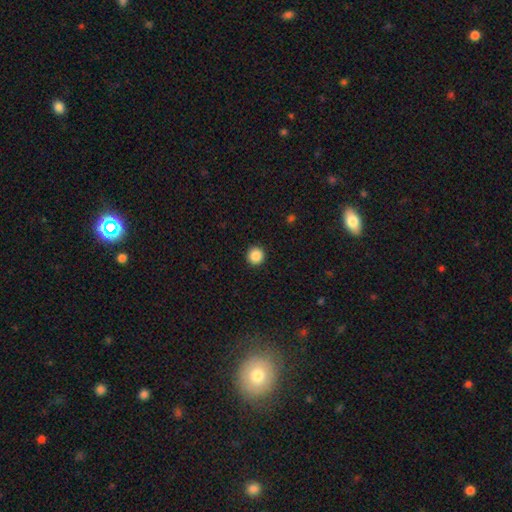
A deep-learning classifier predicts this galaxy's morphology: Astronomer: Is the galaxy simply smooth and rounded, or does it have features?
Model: smooth — 88%.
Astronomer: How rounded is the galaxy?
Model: round — 96%.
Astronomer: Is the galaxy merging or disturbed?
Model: none — 93%.